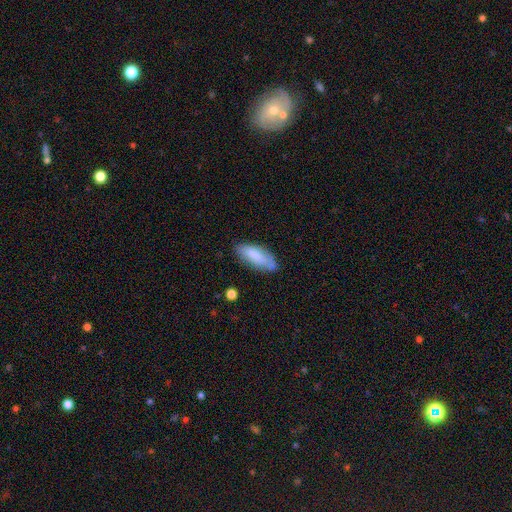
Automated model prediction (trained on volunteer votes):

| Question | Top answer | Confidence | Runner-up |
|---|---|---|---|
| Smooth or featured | smooth | 80% | featured or disk (14%) |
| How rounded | in between | 73% | cigar-shaped (25%) |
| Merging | none | 67% | minor disturbance (23%) |